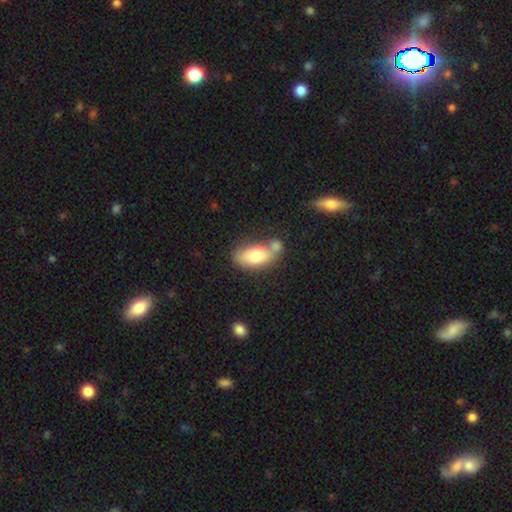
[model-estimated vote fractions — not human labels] This appears to be a smooth galaxy with no disk features (73%) that is in between round and cigar-shaped (88%). Merging: none (49%).